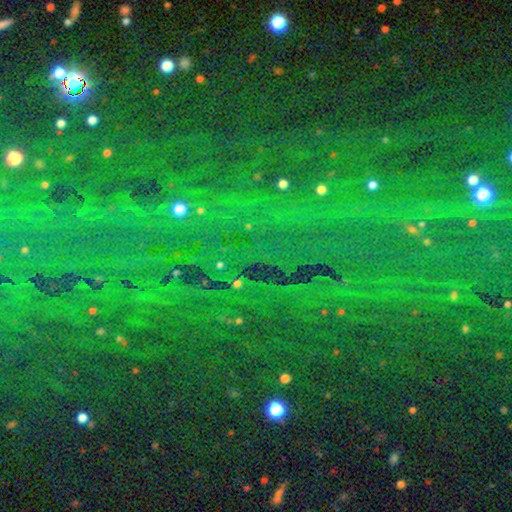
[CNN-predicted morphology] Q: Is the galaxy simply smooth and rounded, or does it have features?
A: star or artifact — 84%.